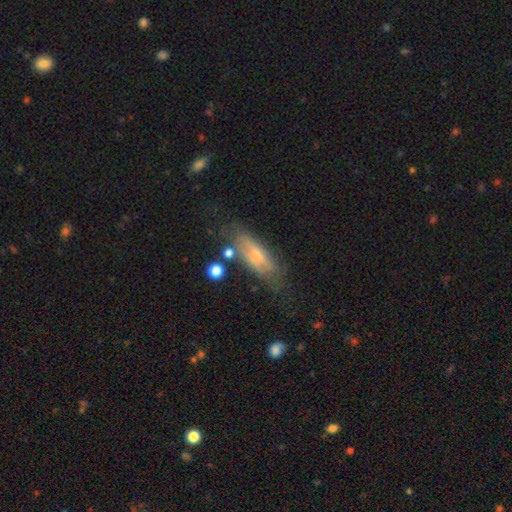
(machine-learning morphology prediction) smooth-or-featured: smooth: 55% | featured or disk: 37% | star or artifact: 8%
  how-rounded: in between: 58% | cigar-shaped: 39% | round: 3%
  merging: none: 59% | minor disturbance: 25% | major disturbance: 11% | merger: 6%